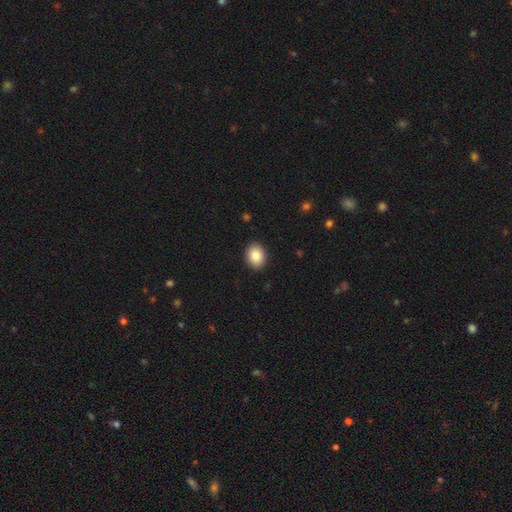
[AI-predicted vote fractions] Smooth or featured? Predicted: smooth (p=0.87). How rounded? Predicted: in between (p=0.52). Merging? Predicted: none (p=0.91).